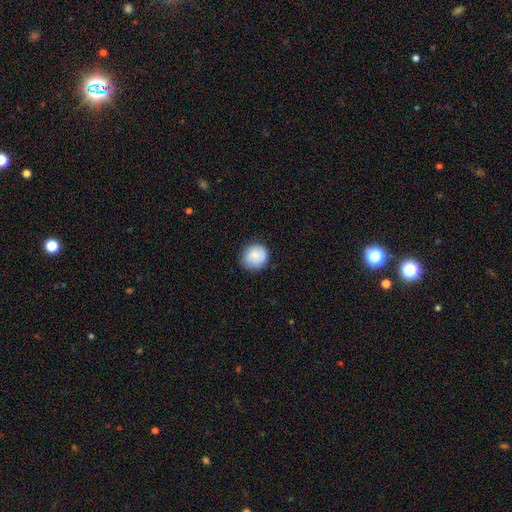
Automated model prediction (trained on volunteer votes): Q: Smooth or featured?
A: smooth (80%); runner-up: featured or disk (13%)
Q: How rounded?
A: round (86%); runner-up: in between (13%)
Q: Merging?
A: none (81%); runner-up: minor disturbance (15%)